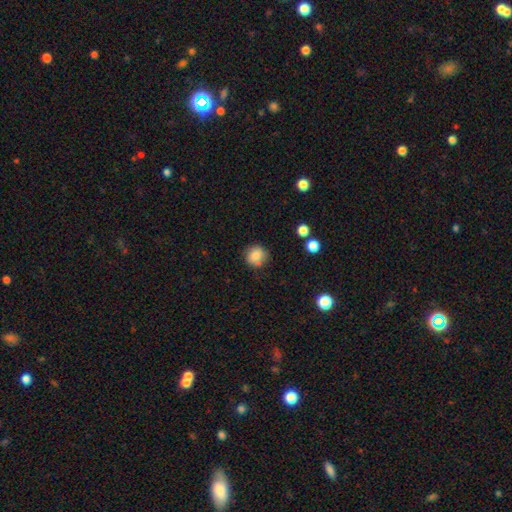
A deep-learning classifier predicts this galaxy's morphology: smooth 84%, star or artifact 10%, featured or disk 7%. Down the decision tree: how rounded — round (89%); merging — none (81%).